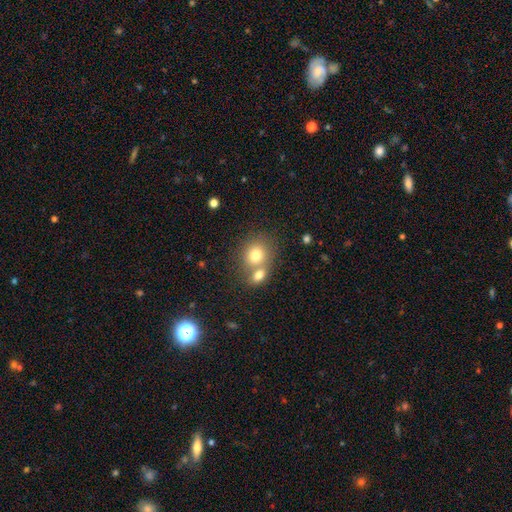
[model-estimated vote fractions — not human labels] Smooth or featured?
  - smooth: 76% *
  - featured or disk: 14%
  - star or artifact: 10%
How rounded?
  - round: 69% *
  - in between: 30%
  - cigar-shaped: 1%
Merging?
  - merger: 50% *
  - none: 39%
  - minor disturbance: 8%
  - major disturbance: 3%